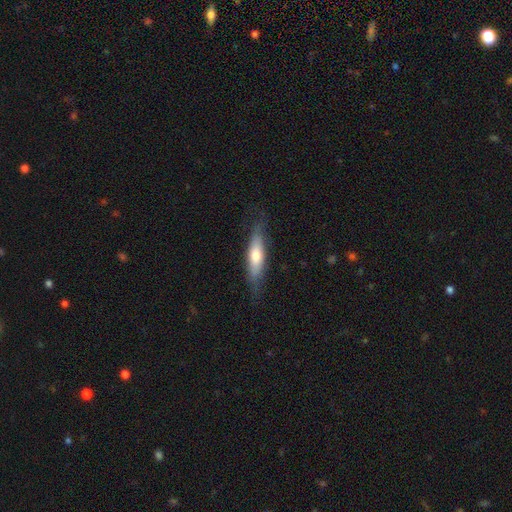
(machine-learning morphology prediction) smooth_or_featured: smooth (p=0.59) [alt: featured or disk p=0.36]
how_rounded: cigar-shaped (p=0.65) [alt: in between p=0.33]
merging: none (p=0.77) [alt: minor disturbance p=0.17]